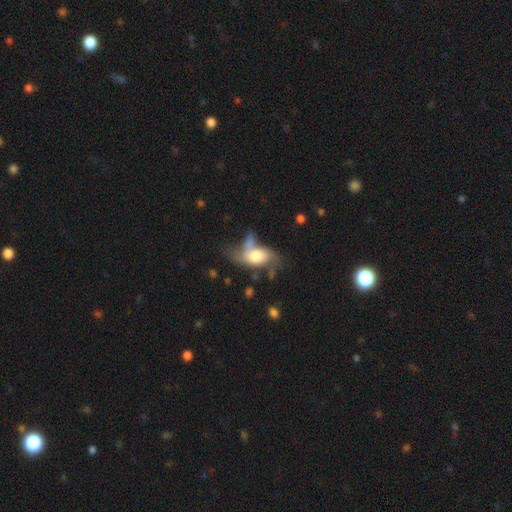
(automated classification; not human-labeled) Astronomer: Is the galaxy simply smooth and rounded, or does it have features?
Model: smooth — 48% (runner-up: featured or disk, 44%).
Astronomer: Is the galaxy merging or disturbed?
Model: major disturbance — 32% (runner-up: none, 24%).